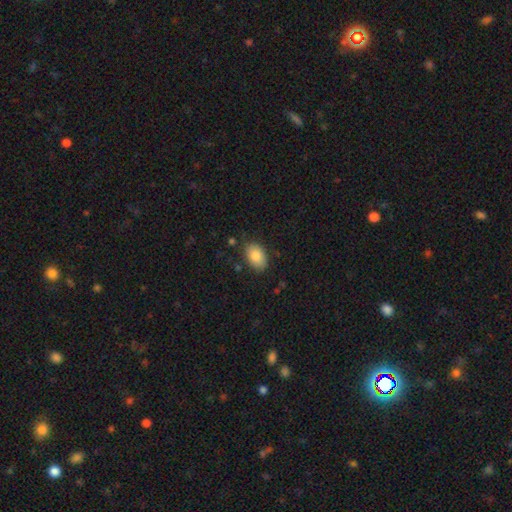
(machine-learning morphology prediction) type=smooth (84%); roundness=in between (88%); merging=none (80%).